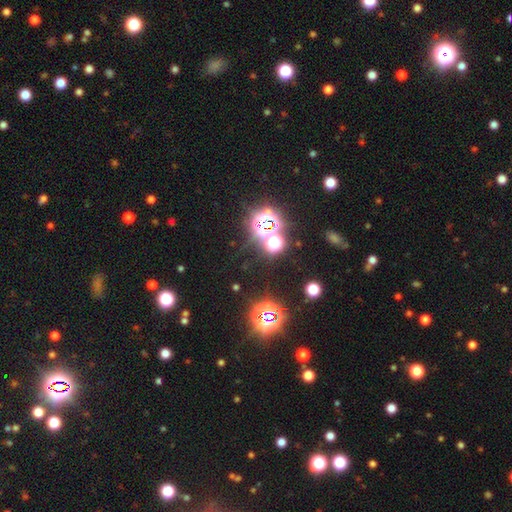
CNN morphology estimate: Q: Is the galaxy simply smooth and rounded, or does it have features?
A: star or artifact — 72%.